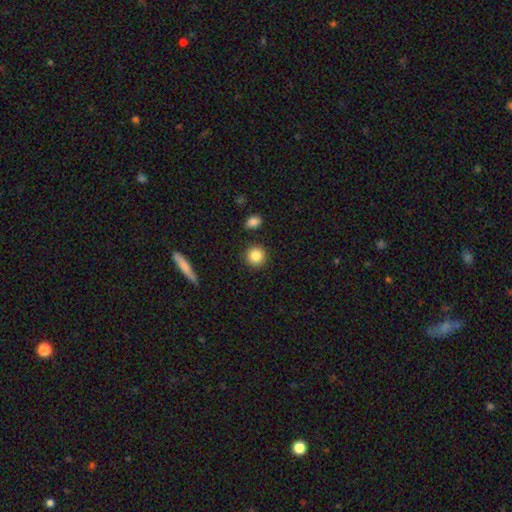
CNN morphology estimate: Smooth or featured: smooth — 86% (star or artifact — 9%)
How rounded: round — 92% (in between — 7%)
Merging: none — 88% (minor disturbance — 7%)